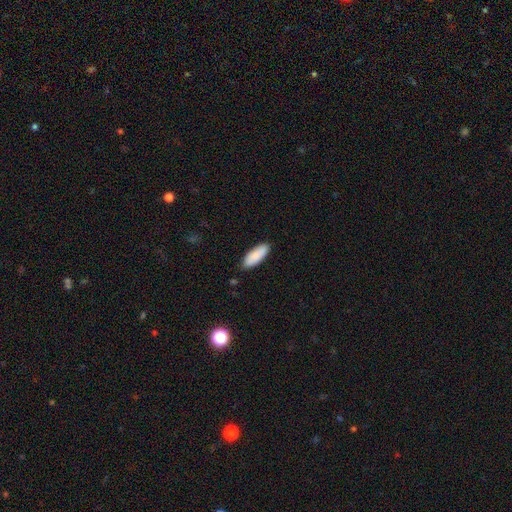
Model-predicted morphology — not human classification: Smooth or featured? smooth (89%)
How rounded? in between (73%)
Merging? none (86%)